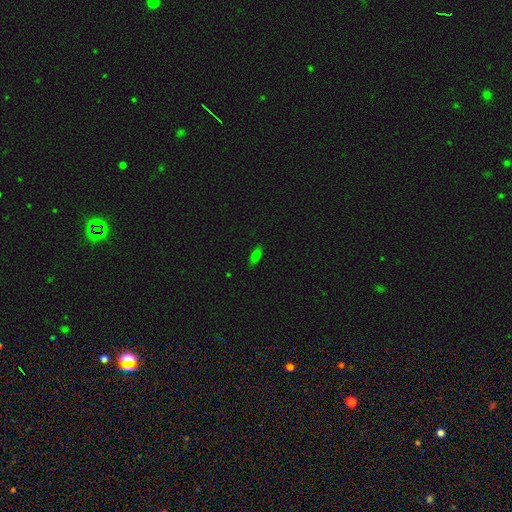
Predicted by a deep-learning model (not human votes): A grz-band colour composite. It shows a smooth galaxy with no disk features (69%) that is in between round and cigar-shaped (76%). Merging: none (84%).